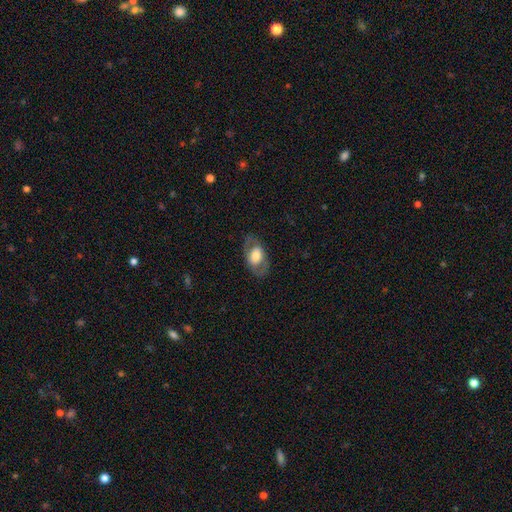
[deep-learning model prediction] smooth-or-featured: featured or disk: 48% | smooth: 46% | star or artifact: 6%
  merging: none: 78% | minor disturbance: 13% | major disturbance: 8% | merger: 1%